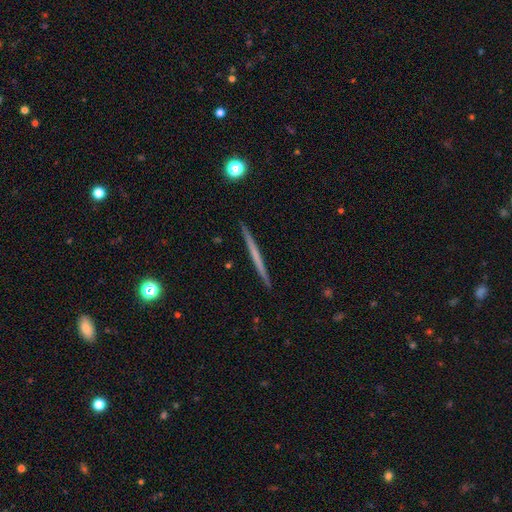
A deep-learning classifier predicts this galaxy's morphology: smooth_or_featured: featured or disk (p=0.53) [alt: smooth p=0.41]
disk_edge_on: yes (p=0.98) [alt: no p=0.02]
edge_on_bulge: none (p=0.91) [alt: rounded p=0.06]
merging: none (p=0.92) [alt: minor disturbance p=0.05]